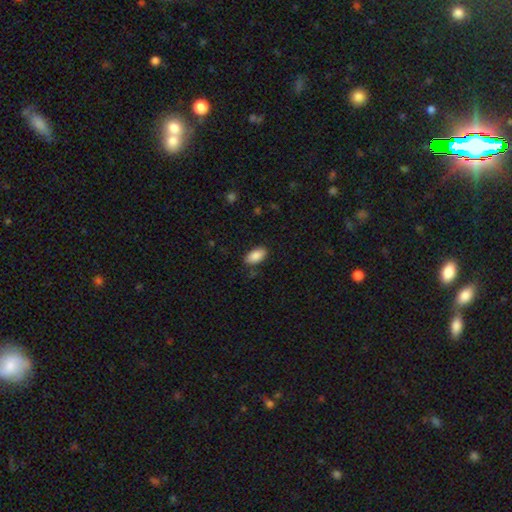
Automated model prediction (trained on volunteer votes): A smooth galaxy with no disk features (88%) that is in between round and cigar-shaped (94%).

Vote fractions:
- Smooth or featured? smooth: 88% / star or artifact: 7% / featured or disk: 5%
- How rounded? in between: 94% / cigar-shaped: 3% / round: 3%
- Merging? none: 85% / minor disturbance: 11% / major disturbance: 2% / merger: 1%